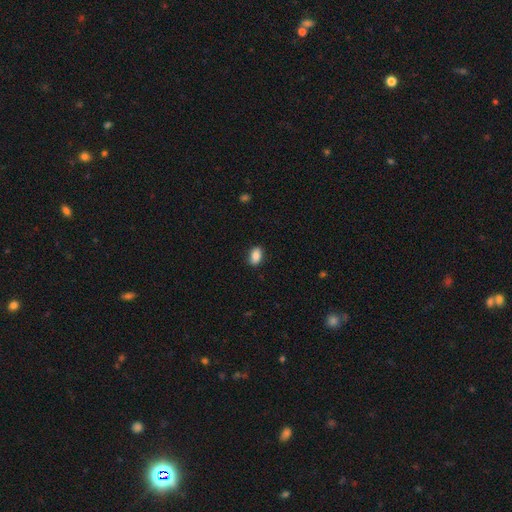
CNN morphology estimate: smooth 85%, featured or disk 8%, star or artifact 8%. Down the decision tree: how rounded — in between (86%); merging — none (87%).